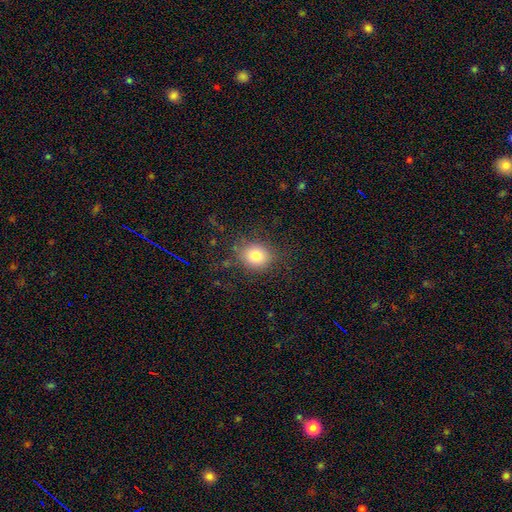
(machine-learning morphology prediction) Q: Smooth or featured?
A: smooth (79%); runner-up: star or artifact (12%)
Q: How rounded?
A: round (72%); runner-up: in between (27%)
Q: Merging?
A: none (79%); runner-up: minor disturbance (13%)